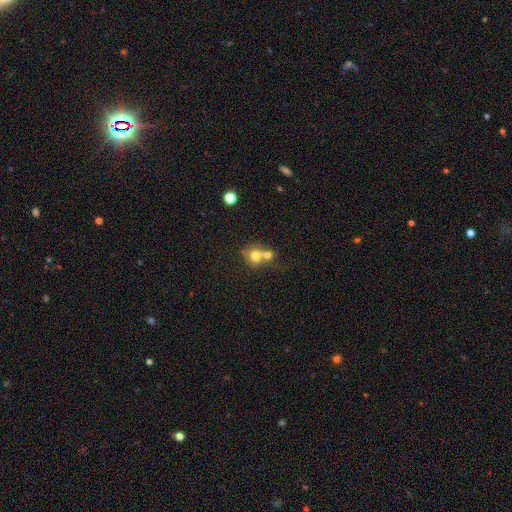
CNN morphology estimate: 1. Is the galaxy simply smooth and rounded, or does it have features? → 69% smooth, 18% featured or disk, 13% star or artifact.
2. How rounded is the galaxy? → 78% round, 21% in between, 1% cigar-shaped.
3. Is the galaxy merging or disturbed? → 57% merger, 32% none, 7% minor disturbance, 4% major disturbance.